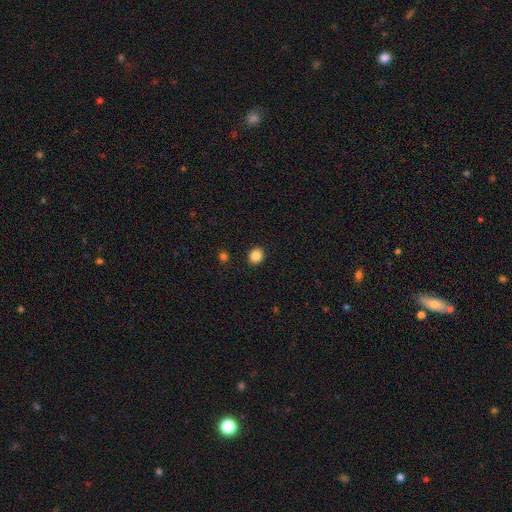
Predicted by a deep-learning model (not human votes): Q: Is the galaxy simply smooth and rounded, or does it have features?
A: smooth — 85%.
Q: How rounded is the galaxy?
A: round — 75%.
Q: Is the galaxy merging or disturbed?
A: none — 91%.